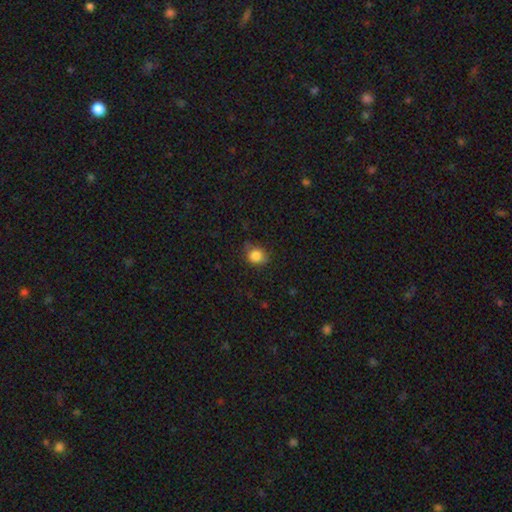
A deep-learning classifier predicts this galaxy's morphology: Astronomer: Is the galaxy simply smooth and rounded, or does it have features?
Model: smooth — 84%.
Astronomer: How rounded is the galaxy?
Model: round — 77%.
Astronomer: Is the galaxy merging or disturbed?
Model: none — 69%.